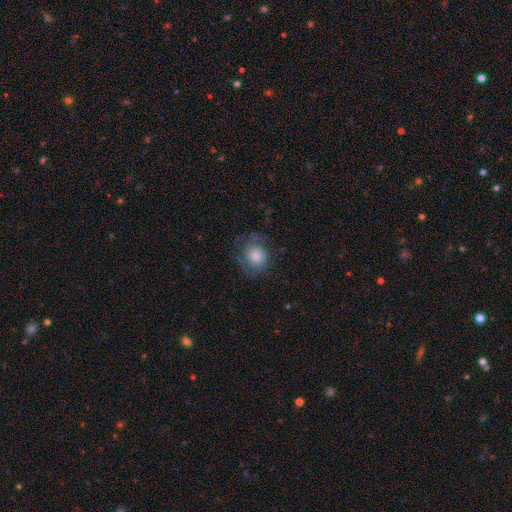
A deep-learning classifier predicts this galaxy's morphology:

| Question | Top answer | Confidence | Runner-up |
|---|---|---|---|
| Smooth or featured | smooth | 63% | featured or disk (26%) |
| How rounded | round | 79% | in between (20%) |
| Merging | none | 63% | minor disturbance (21%) |